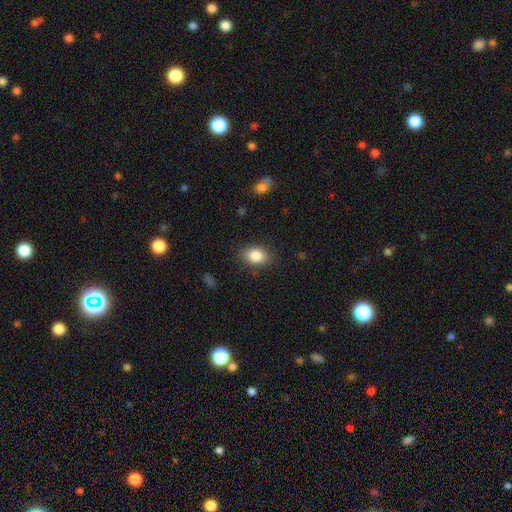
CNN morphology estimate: Q: Smooth or featured?
A: smooth (85%); runner-up: star or artifact (8%)
Q: How rounded?
A: in between (77%); runner-up: round (22%)
Q: Merging?
A: none (84%); runner-up: minor disturbance (12%)